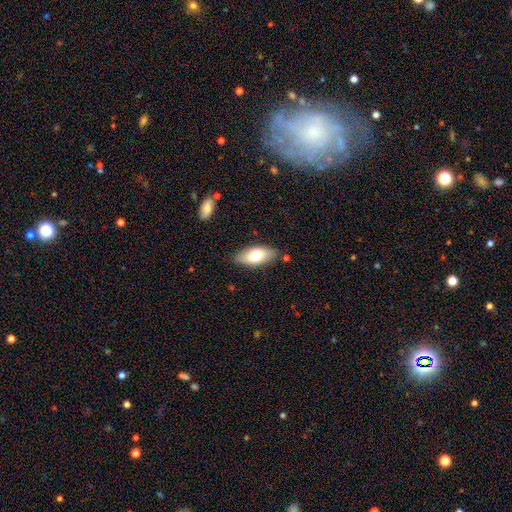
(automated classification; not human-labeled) smooth 72%, featured or disk 22%, star or artifact 6%. Down the decision tree: how rounded — in between (86%); merging — none (83%).